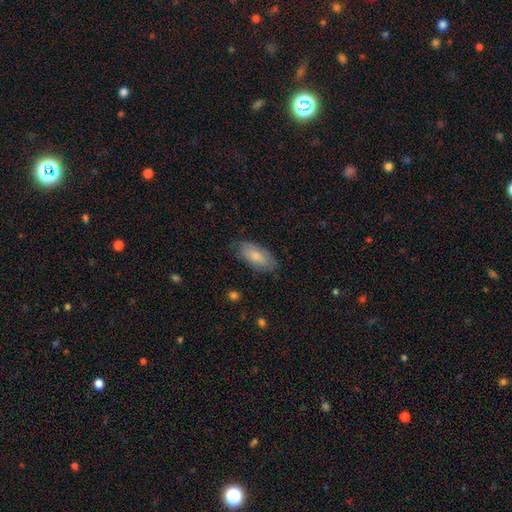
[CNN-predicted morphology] smooth_or_featured: smooth (p=0.80) [alt: featured or disk p=0.14]
how_rounded: in between (p=0.89) [alt: cigar-shaped p=0.09]
merging: none (p=0.78) [alt: minor disturbance p=0.17]